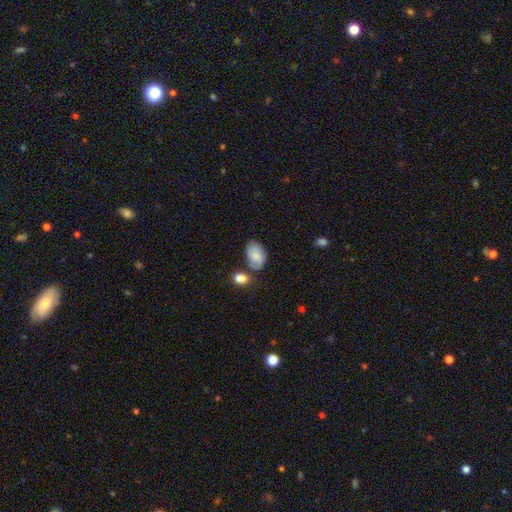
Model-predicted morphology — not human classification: A smooth galaxy with no disk features (77%) that is in between round and cigar-shaped (91%).

Vote fractions:
- Smooth or featured? smooth: 77% / featured or disk: 16% / star or artifact: 7%
- How rounded? in between: 91% / round: 8% / cigar-shaped: 1%
- Merging? none: 51% / minor disturbance: 25% / merger: 16% / major disturbance: 8%